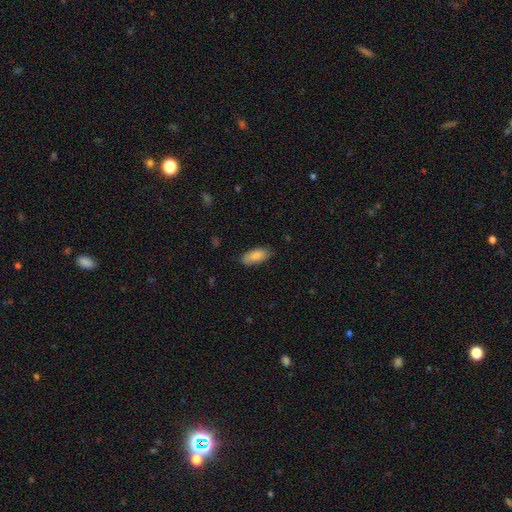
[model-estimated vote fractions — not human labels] Morphology: type=smooth (86%); roundness=in between (87%); merging=none (79%).